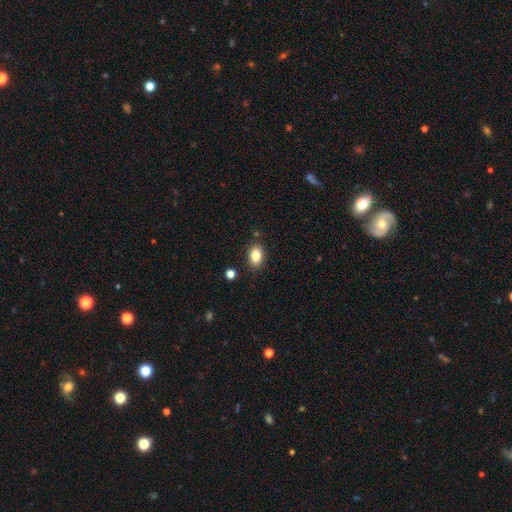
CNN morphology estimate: The model was most divided on "how rounded": in between: 84%, round: 14%, cigar-shaped: 1%. More confident: merging — none (84%); smooth or featured — smooth (84%).